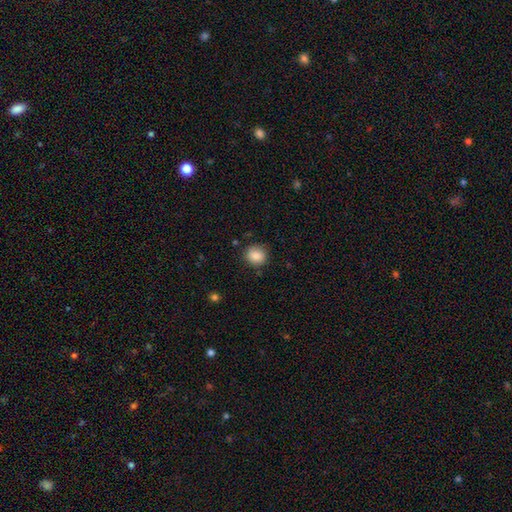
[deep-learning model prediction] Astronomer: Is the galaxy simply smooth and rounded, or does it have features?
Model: smooth — 85%.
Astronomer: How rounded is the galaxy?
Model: round — 84%.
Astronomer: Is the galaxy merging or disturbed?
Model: none — 85%.